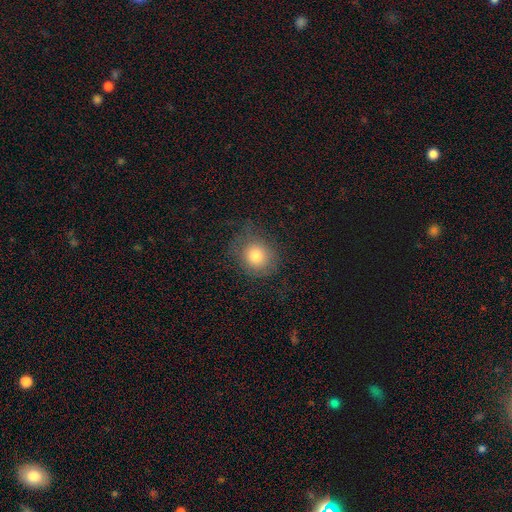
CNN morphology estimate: This is likely a smooth galaxy (78%). How rounded: clearly round (82%). Merging: likely none (70%).